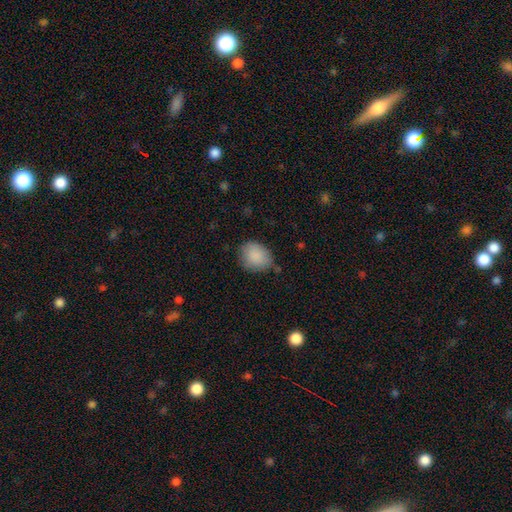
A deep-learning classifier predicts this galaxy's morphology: type=smooth (88%); roundness=round (52%); merging=none (69%).